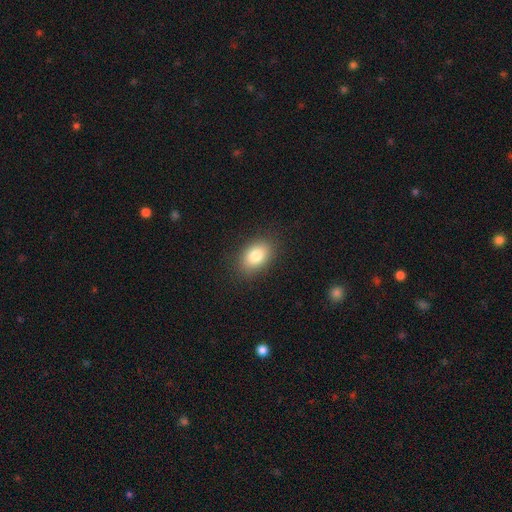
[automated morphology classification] smooth 82%, featured or disk 9%, star or artifact 9%. Down the decision tree: how rounded — in between (82%); merging — none (87%).